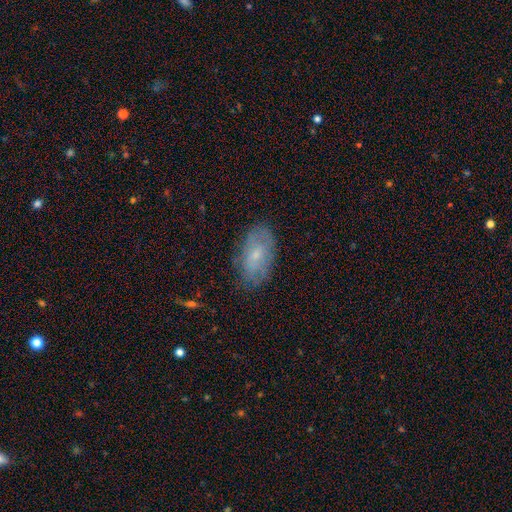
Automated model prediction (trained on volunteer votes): A smooth galaxy with no disk features (50%).

Vote fractions:
- Smooth or featured? smooth: 50% / featured or disk: 42% / star or artifact: 8%
- Merging? none: 77% / minor disturbance: 17% / major disturbance: 4% / merger: 1%